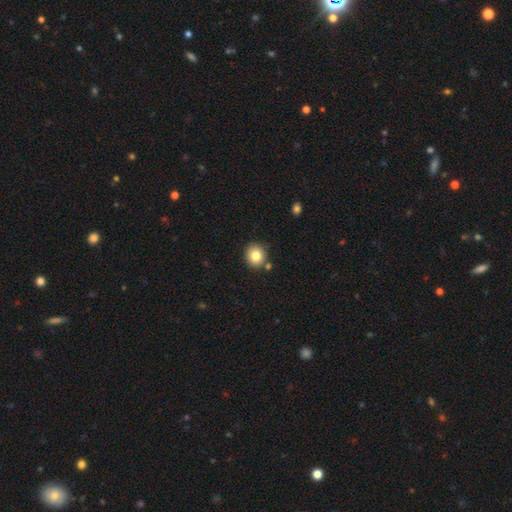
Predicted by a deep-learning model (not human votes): This appears to be a smooth galaxy with no disk features (82%) that is round (83%). Merging: none (81%).